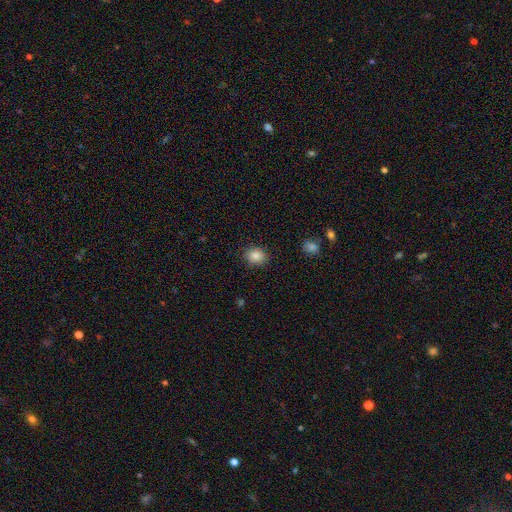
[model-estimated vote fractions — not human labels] Overall: smooth (86%). How rounded: round (53%; in between 46%). Merging: none (86%).